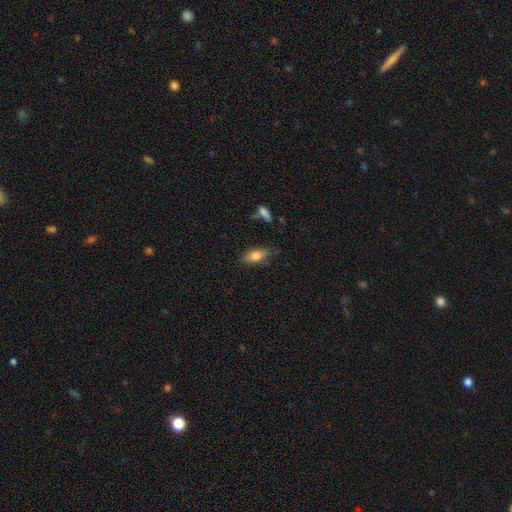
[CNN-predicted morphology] A smooth galaxy with no disk features (74%) that is in between round and cigar-shaped (77%).

Vote fractions:
- Smooth or featured? smooth: 74% / featured or disk: 18% / star or artifact: 8%
- How rounded? in between: 77% / cigar-shaped: 19% / round: 4%
- Merging? none: 75% / minor disturbance: 18% / major disturbance: 4% / merger: 3%